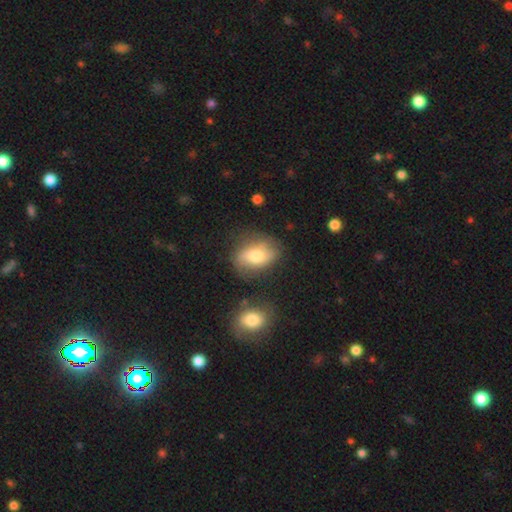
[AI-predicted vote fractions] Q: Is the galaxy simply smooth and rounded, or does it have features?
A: smooth — 57%.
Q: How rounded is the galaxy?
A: in between — 77%.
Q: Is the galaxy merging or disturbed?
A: none — 67%.